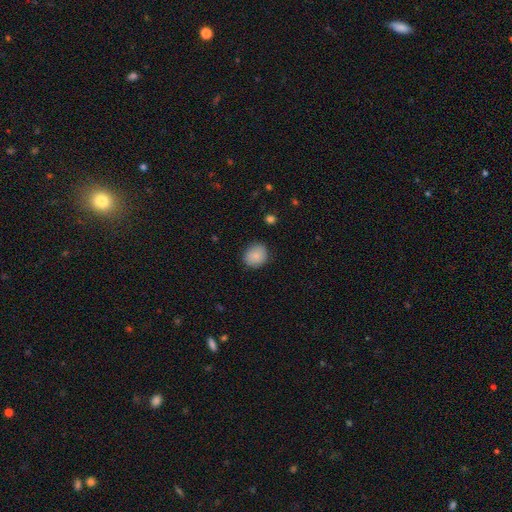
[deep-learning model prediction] Smooth or featured? smooth (85%)
How rounded? round (73%)
Merging? none (84%)